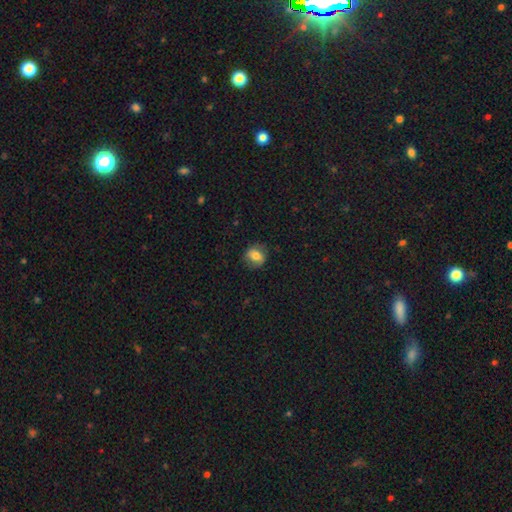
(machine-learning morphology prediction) type=smooth (69%); roundness=round (61%); merging=none (79%).